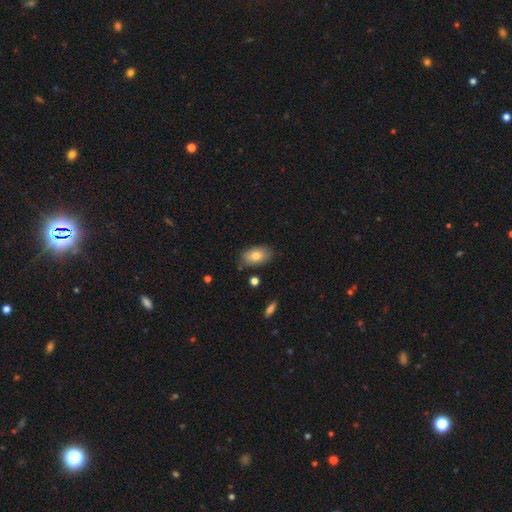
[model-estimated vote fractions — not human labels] Smooth or featured? Predicted: smooth (p=0.80). How rounded? Predicted: in between (p=0.92). Merging? Predicted: none (p=0.80).